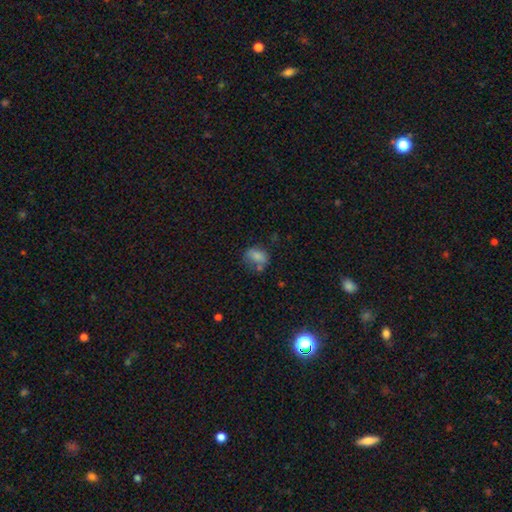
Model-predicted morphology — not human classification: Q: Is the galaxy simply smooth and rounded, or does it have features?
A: smooth — 68%.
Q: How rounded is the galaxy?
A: in between — 65%.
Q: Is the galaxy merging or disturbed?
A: none — 53%.